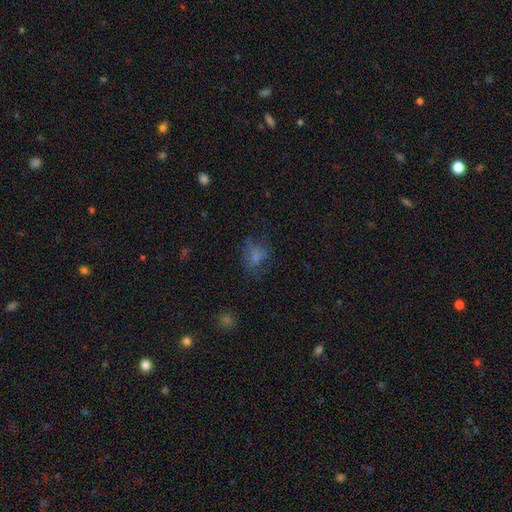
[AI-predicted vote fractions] Smooth or featured: smooth — 61% (featured or disk — 21%)
How rounded: round — 50% (in between — 49%)
Merging: none — 49% (major disturbance — 26%)